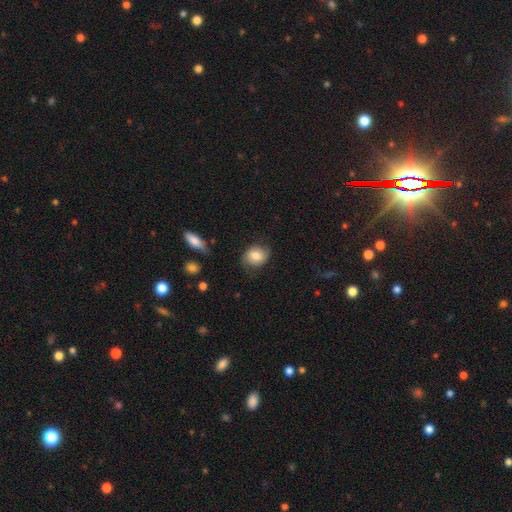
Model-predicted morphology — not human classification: smooth 72%, featured or disk 20%, star or artifact 7%. Down the decision tree: how rounded — round (58%); merging — none (68%).